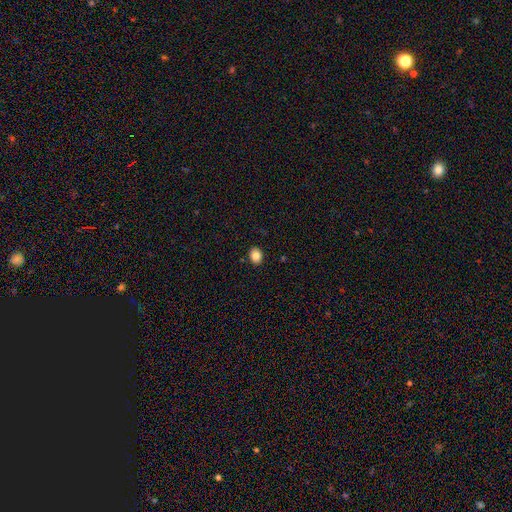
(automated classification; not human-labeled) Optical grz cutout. It shows a smooth galaxy with no disk features (85%) that is in between round and cigar-shaped (56%). Merging: none (90%).